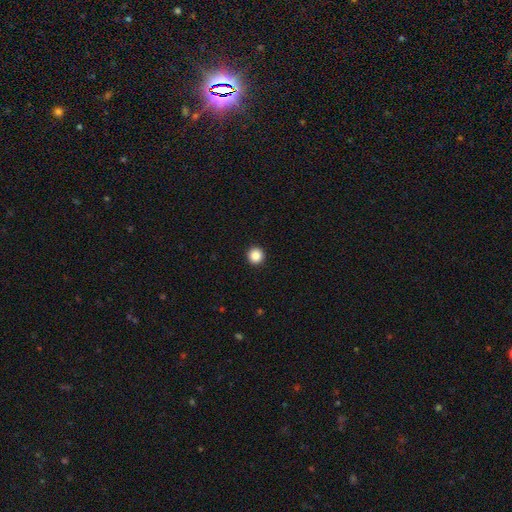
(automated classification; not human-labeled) smooth 88%, star or artifact 10%, featured or disk 3%. Down the decision tree: how rounded — round (96%); merging — none (94%).